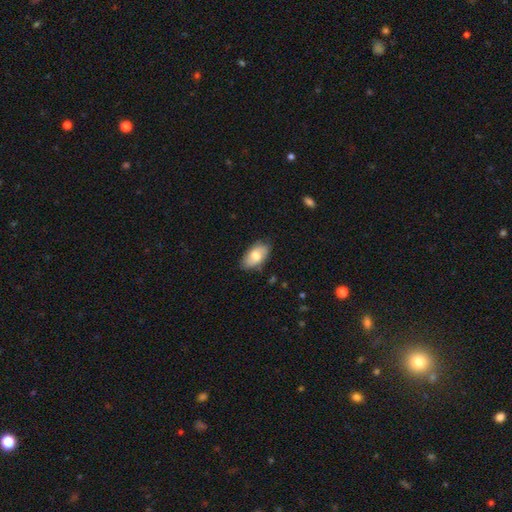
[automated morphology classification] This appears to be a smooth galaxy with no disk features (73%) that is in between round and cigar-shaped (93%). Merging: none (76%).